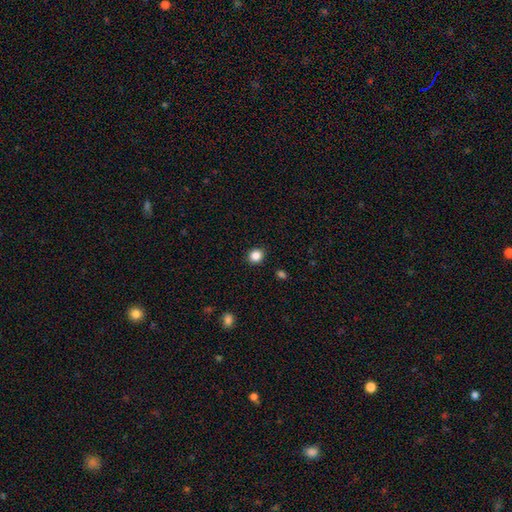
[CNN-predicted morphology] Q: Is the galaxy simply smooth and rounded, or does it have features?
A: smooth — 85%.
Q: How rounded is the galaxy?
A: round — 80%.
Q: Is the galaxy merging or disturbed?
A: none — 90%.